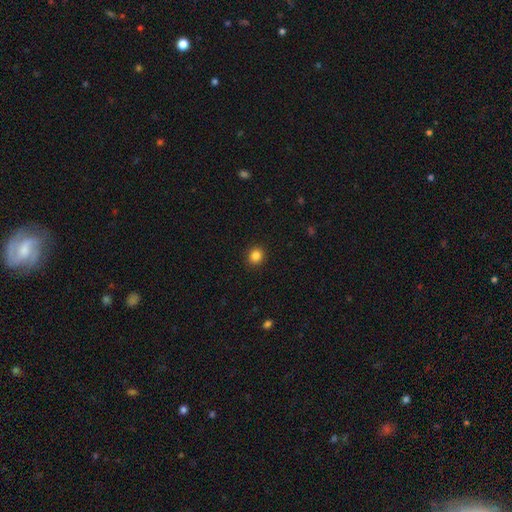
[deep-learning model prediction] Smooth or featured?
  - smooth: 85% *
  - star or artifact: 11%
  - featured or disk: 4%
How rounded?
  - round: 84% *
  - in between: 15%
  - cigar-shaped: 1%
Merging?
  - none: 92% *
  - minor disturbance: 5%
  - major disturbance: 2%
  - merger: 1%